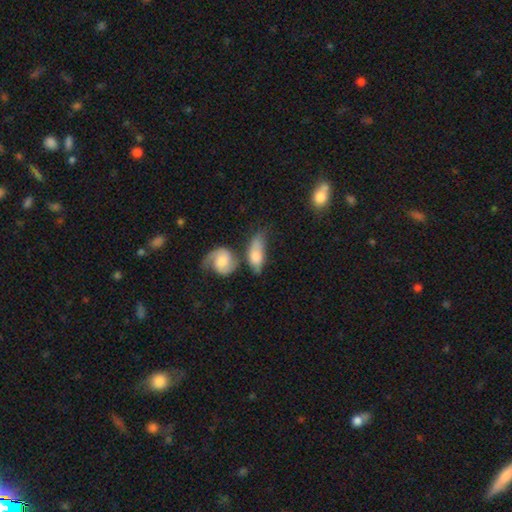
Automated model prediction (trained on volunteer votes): smooth_or_featured: smooth (p=0.57) [alt: featured or disk p=0.36]
how_rounded: in between (p=0.77) [alt: cigar-shaped p=0.14]
merging: merger (p=0.34) [alt: none p=0.31]